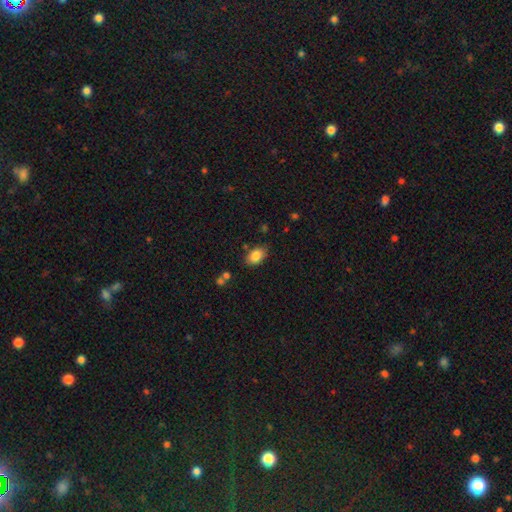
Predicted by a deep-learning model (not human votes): smooth_or_featured: smooth (p=0.85) [alt: star or artifact p=0.08]
how_rounded: in between (p=0.87) [alt: round p=0.12]
merging: none (p=0.81) [alt: minor disturbance p=0.13]